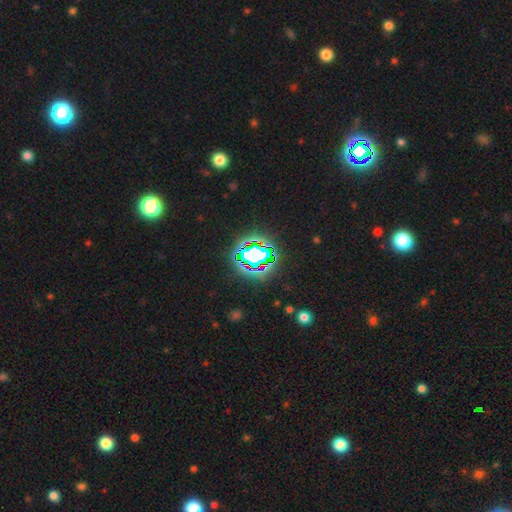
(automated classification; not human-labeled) The model was most divided on "smooth or featured": star or artifact: 69%, smooth: 18%, featured or disk: 13%.